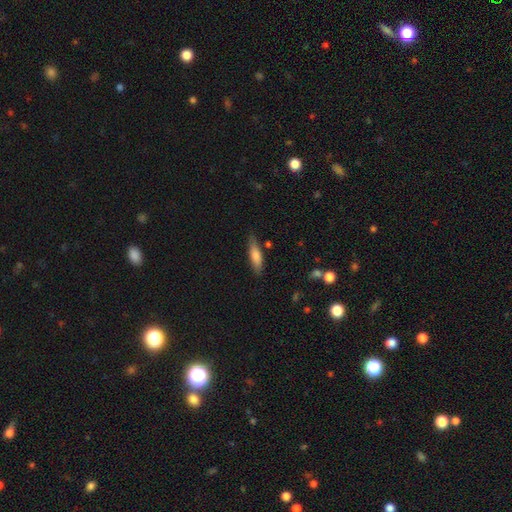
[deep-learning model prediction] Smooth or featured: smooth — 74% (featured or disk — 20%)
How rounded: cigar-shaped — 65% (in between — 34%)
Merging: none — 77% (minor disturbance — 17%)